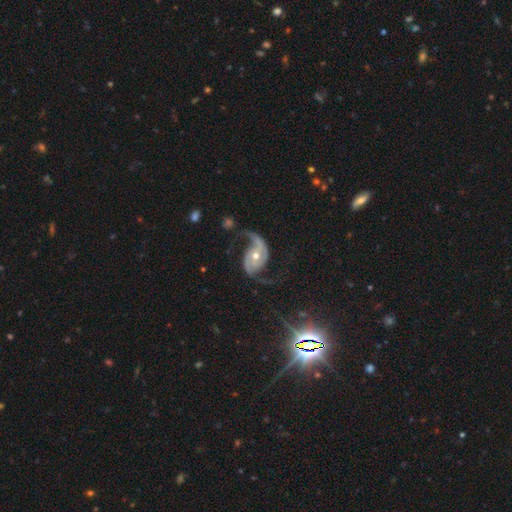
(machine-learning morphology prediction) featured or disk 89%, star or artifact 6%, smooth 5%. Down the decision tree: edge-on disk — no (97%); bar — no (62%); spiral arms — yes (97%); spiral arm count — 2 (90%); spiral winding — loose (55%); bulge size — moderate (59%); merging — none (59%).